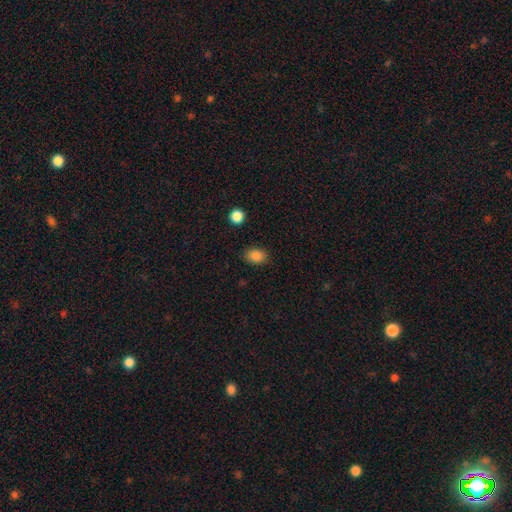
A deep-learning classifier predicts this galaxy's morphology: The model was most divided on "how rounded": in between: 72%, round: 27%, cigar-shaped: 1%. More confident: smooth or featured — smooth (86%); merging — none (85%).